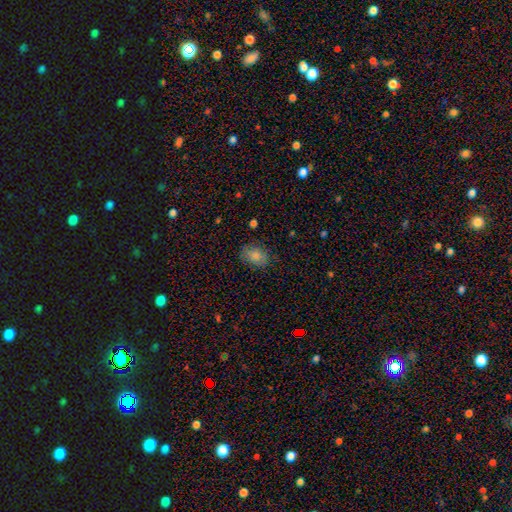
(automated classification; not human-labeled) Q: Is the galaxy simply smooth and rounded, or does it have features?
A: smooth — 83%.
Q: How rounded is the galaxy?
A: in between — 65%.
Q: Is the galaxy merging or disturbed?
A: none — 79%.